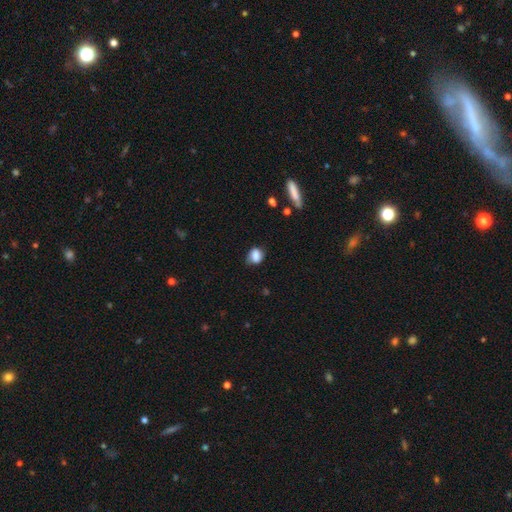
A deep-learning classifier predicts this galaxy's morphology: smooth-or-featured: smooth: 81% | star or artifact: 10% | featured or disk: 10%
  how-rounded: in between: 57% | round: 41% | cigar-shaped: 1%
  merging: none: 59% | minor disturbance: 30% | major disturbance: 8% | merger: 2%